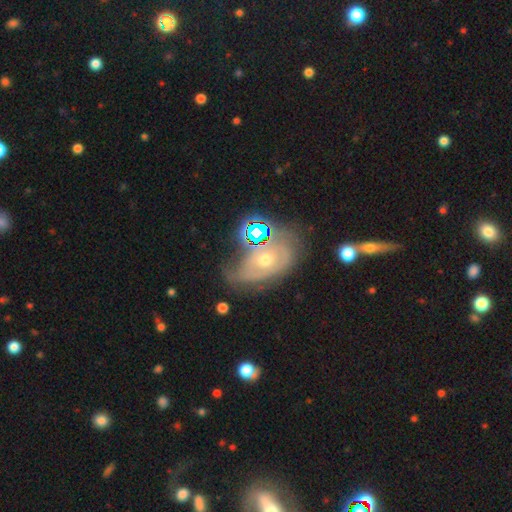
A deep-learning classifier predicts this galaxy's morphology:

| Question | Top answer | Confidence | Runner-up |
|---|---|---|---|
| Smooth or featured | featured or disk | 65% | smooth (19%) |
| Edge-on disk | no | 93% | yes (7%) |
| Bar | no | 78% | weak (17%) |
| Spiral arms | yes | 72% | no (28%) |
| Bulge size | small | 49% | moderate (46%) |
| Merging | none | 47% | minor disturbance (22%) |